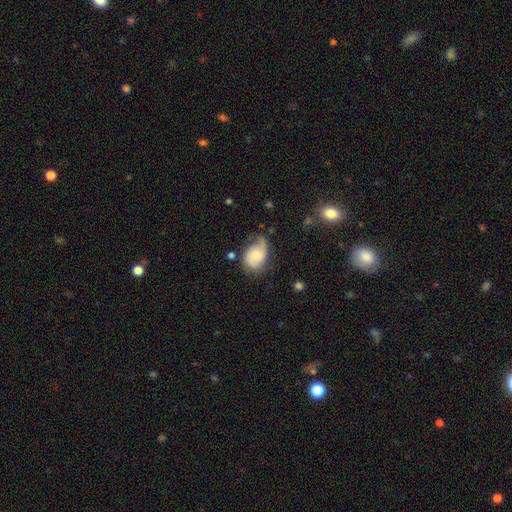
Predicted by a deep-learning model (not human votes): This appears to be a featured or disk galaxy (62%) with no bar (71%), 2 (58%) medium (39%) spiral arms (88%) and a small central bulge (46%). Merging: none (49%).